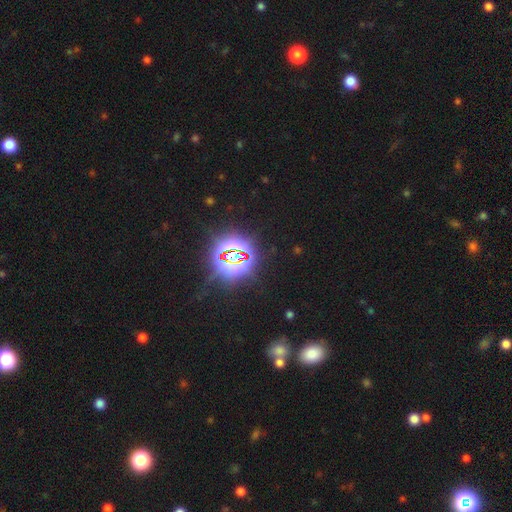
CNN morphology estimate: This appears to be a star or artifact, not a galaxy (78%).